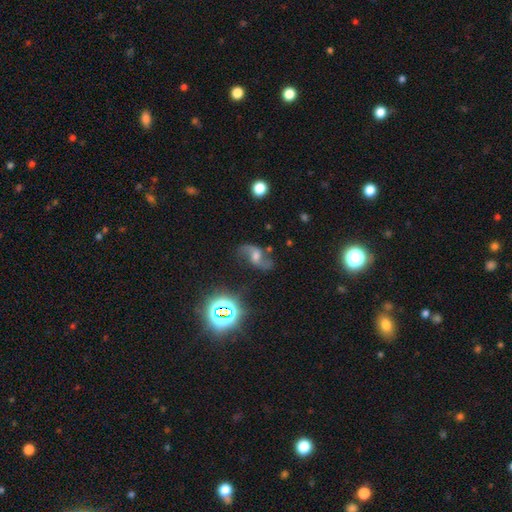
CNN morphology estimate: The model was most divided on "bar": weak: 46%, no: 39%, strong: 16%. Remaining: edge-on disk — no (96%); spiral arms — yes (95%); spiral arm count — 2 (93%); spiral winding — loose (80%); smooth or featured — featured or disk (79%); merging — none (73%); bulge size — moderate (50%).